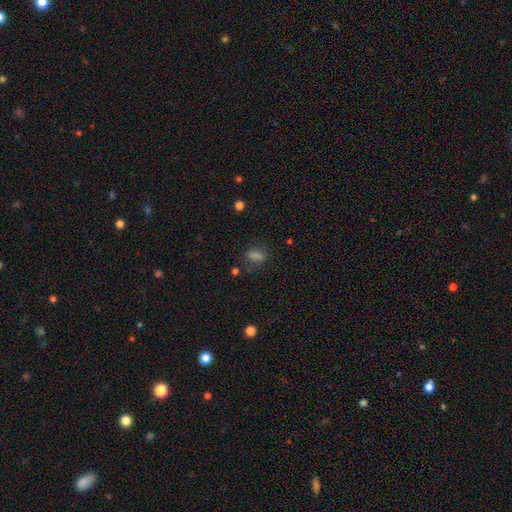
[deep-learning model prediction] This is likely a smooth galaxy (72%). How rounded: likely in between (67%). Merging: likely none (76%).